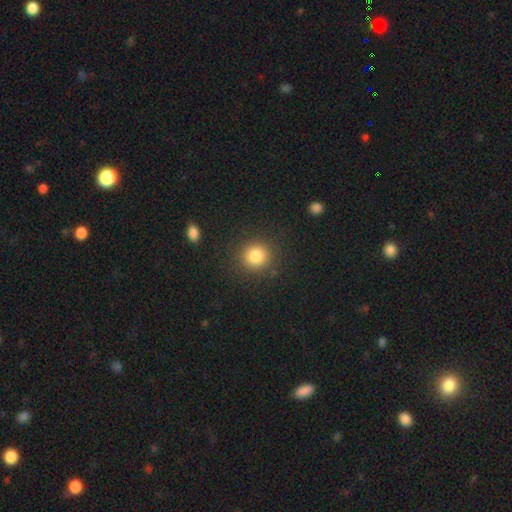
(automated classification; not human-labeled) Smooth or featured?
  - smooth: 83% *
  - star or artifact: 11%
  - featured or disk: 6%
How rounded?
  - round: 91% *
  - in between: 8%
  - cigar-shaped: 1%
Merging?
  - none: 88% *
  - minor disturbance: 8%
  - major disturbance: 3%
  - merger: 2%